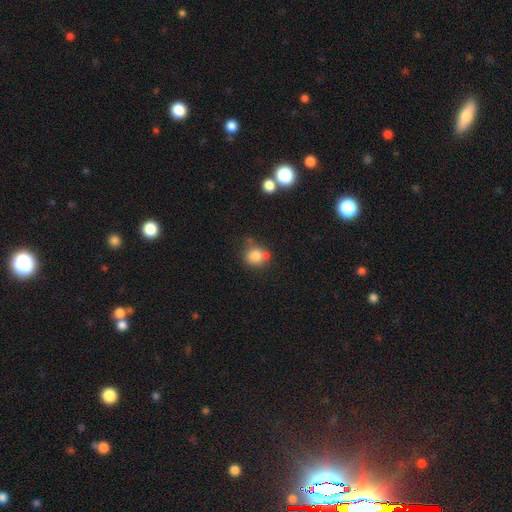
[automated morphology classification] Overall: smooth (79%). How rounded: round (79%). Merging: none (55%; minor disturbance 22%).